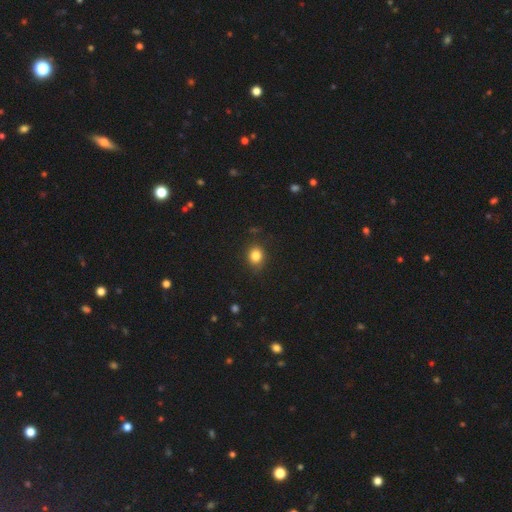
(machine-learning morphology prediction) Smooth or featured?
  - smooth: 84% *
  - star or artifact: 11%
  - featured or disk: 5%
How rounded?
  - round: 69% *
  - in between: 30%
  - cigar-shaped: 1%
Merging?
  - none: 84% *
  - minor disturbance: 12%
  - major disturbance: 3%
  - merger: 1%